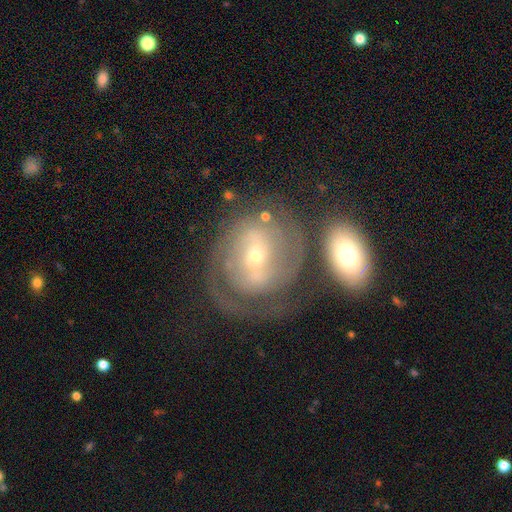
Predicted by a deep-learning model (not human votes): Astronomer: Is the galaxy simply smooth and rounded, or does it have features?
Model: featured or disk — 80%.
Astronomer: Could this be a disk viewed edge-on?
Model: no — 96%.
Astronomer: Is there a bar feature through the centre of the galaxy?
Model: weak — 44% (runner-up: no, 31%).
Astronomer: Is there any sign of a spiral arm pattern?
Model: yes — 88%.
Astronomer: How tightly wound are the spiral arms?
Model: tight — 59%.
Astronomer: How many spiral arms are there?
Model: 2 — 45% (runner-up: can't tell, 33%).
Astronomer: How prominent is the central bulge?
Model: small — 54% (runner-up: moderate, 42%).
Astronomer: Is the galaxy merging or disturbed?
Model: none — 52%.